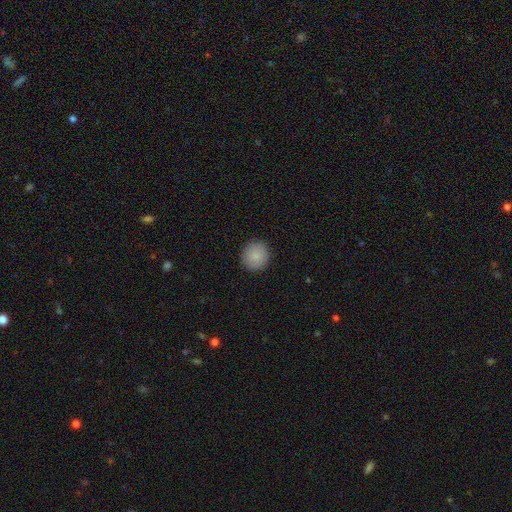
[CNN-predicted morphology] Q: Smooth or featured?
A: smooth (88%); runner-up: star or artifact (8%)
Q: How rounded?
A: round (90%); runner-up: in between (9%)
Q: Merging?
A: none (91%); runner-up: minor disturbance (6%)